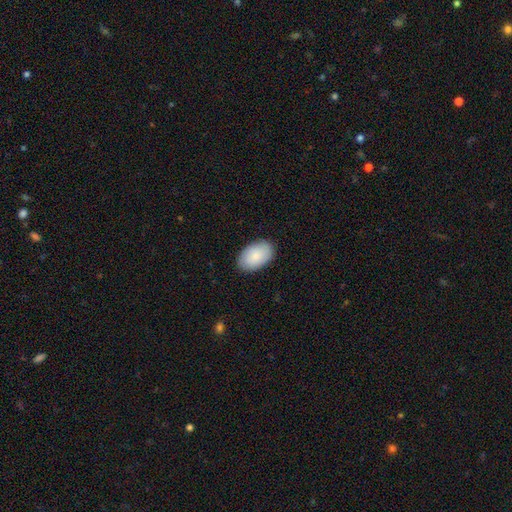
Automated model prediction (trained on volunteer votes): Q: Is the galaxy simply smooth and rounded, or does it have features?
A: smooth — 87%.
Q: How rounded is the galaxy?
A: in between — 93%.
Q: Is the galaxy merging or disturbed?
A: none — 88%.